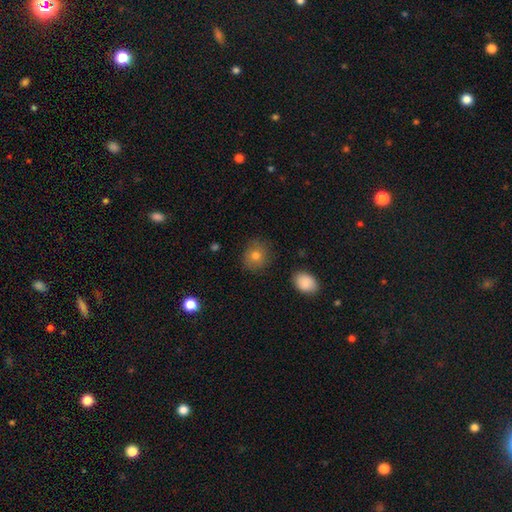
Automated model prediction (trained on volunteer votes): A smooth galaxy with no disk features (77%) that is round (84%).

Vote fractions:
- Smooth or featured? smooth: 77% / featured or disk: 11% / star or artifact: 11%
- How rounded? round: 84% / in between: 15% / cigar-shaped: 1%
- Merging? none: 84% / minor disturbance: 11% / major disturbance: 3% / merger: 2%